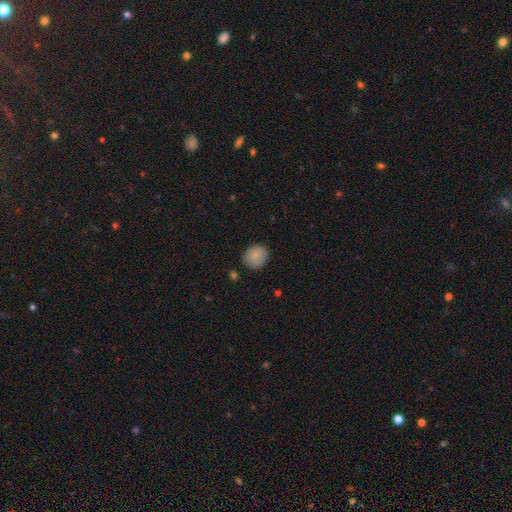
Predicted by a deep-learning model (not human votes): This is clearly a smooth galaxy (85%). How rounded: likely round (78%). Merging: clearly none (83%).